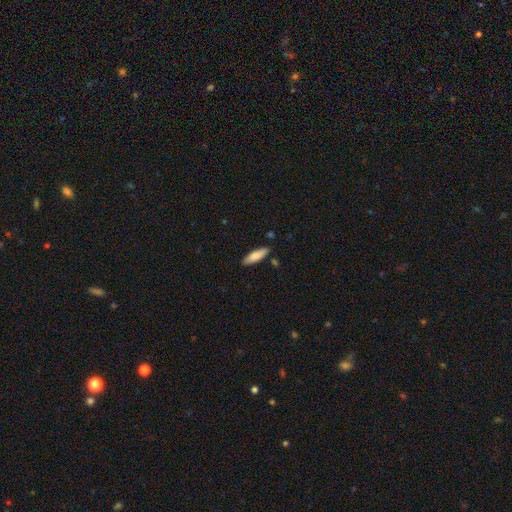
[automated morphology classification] Q: Smooth or featured?
A: smooth (81%); runner-up: featured or disk (14%)
Q: How rounded?
A: cigar-shaped (57%); runner-up: in between (42%)
Q: Merging?
A: none (83%); runner-up: minor disturbance (12%)